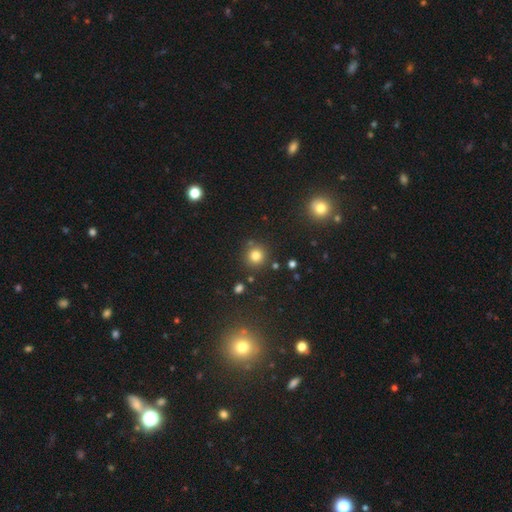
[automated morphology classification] This is likely a smooth galaxy (79%). How rounded: clearly round (93%). Merging: clearly none (84%).